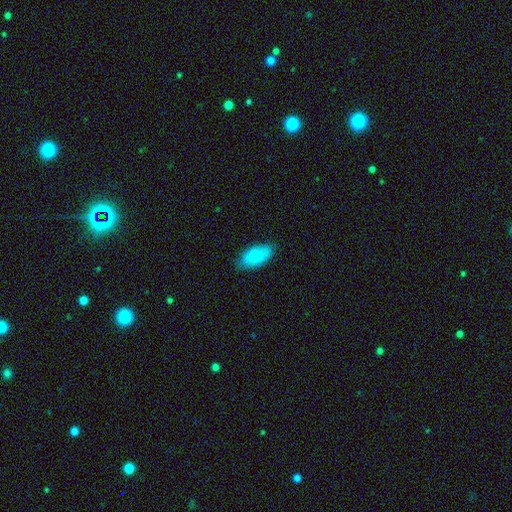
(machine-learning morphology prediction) smooth_or_featured: smooth (p=0.86) [alt: featured or disk p=0.08]
how_rounded: in between (p=0.94) [alt: cigar-shaped p=0.04]
merging: none (p=0.80) [alt: minor disturbance p=0.16]